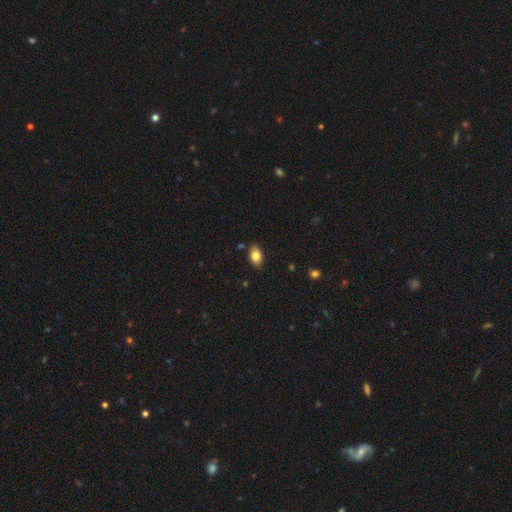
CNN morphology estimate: type=smooth (82%); roundness=in between (86%); merging=none (85%).